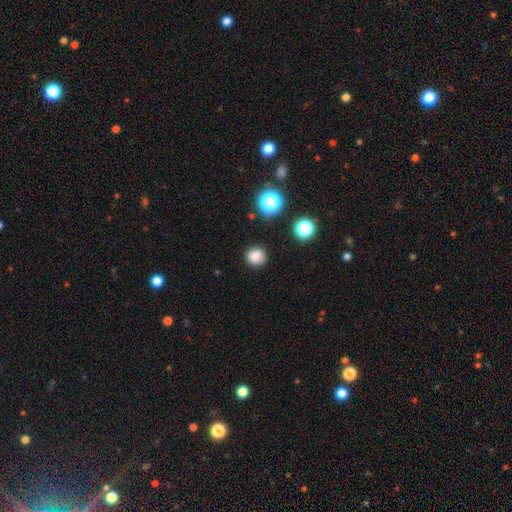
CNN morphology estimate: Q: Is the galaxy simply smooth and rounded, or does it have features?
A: smooth — 81%.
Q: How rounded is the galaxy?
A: round — 84%.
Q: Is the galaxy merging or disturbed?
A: none — 85%.